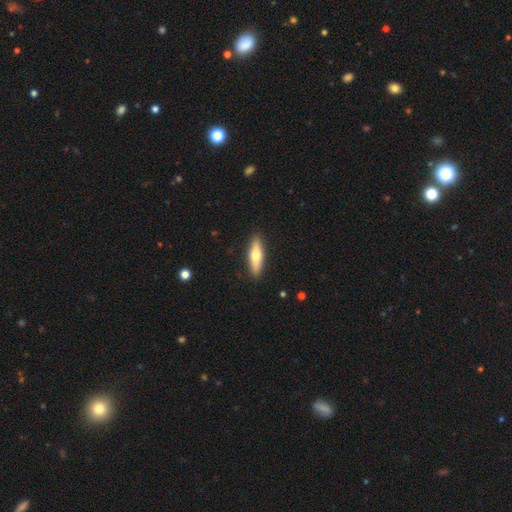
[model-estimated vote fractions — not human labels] Smooth or featured: smooth — 58% (featured or disk — 36%)
How rounded: cigar-shaped — 63% (in between — 35%)
Merging: none — 90% (minor disturbance — 7%)